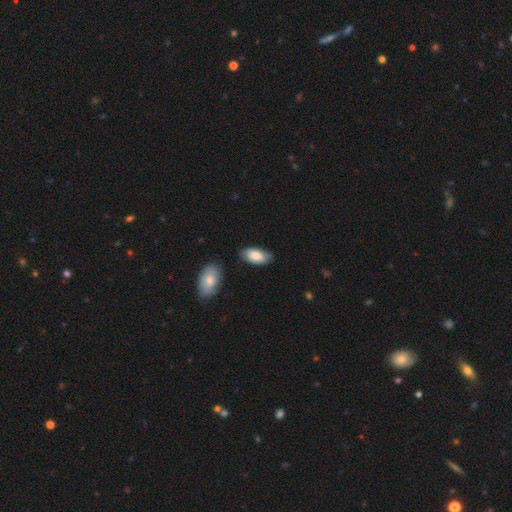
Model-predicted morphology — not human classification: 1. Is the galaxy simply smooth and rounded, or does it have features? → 83% smooth, 11% featured or disk, 6% star or artifact.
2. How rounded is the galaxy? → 94% in between, 4% cigar-shaped, 2% round.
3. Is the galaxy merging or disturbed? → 76% none, 18% minor disturbance, 3% major disturbance, 3% merger.